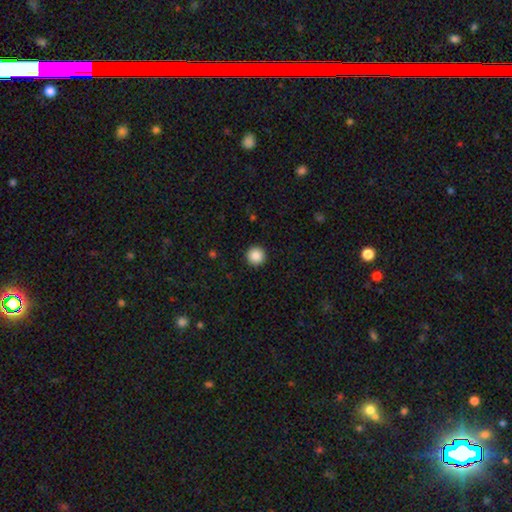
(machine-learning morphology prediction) Smooth or featured?
  - smooth: 87% *
  - star or artifact: 9%
  - featured or disk: 3%
How rounded?
  - round: 96% *
  - in between: 3%
  - cigar-shaped: 1%
Merging?
  - none: 93% *
  - minor disturbance: 4%
  - major disturbance: 2%
  - merger: 1%